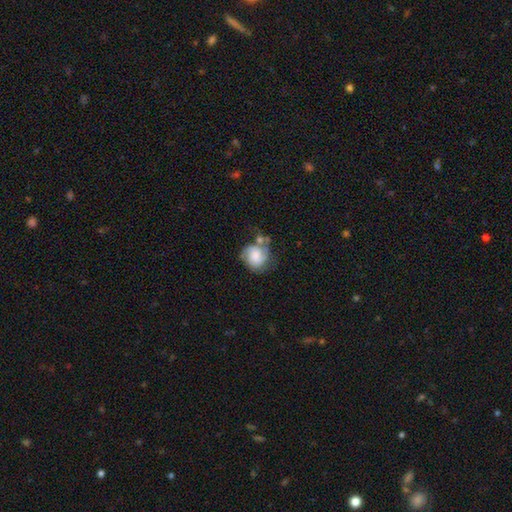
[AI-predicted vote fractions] Smooth or featured: featured or disk — 49% (smooth — 43%)
Merging: none — 41% (minor disturbance — 25%)